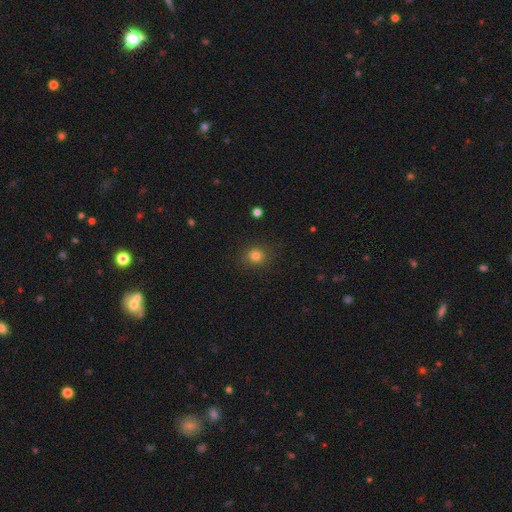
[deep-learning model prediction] A smooth galaxy with no disk features (80%) that is round (84%).

Vote fractions:
- Smooth or featured? smooth: 80% / star or artifact: 14% / featured or disk: 6%
- How rounded? round: 84% / in between: 15% / cigar-shaped: 1%
- Merging? none: 88% / minor disturbance: 8% / major disturbance: 3% / merger: 1%